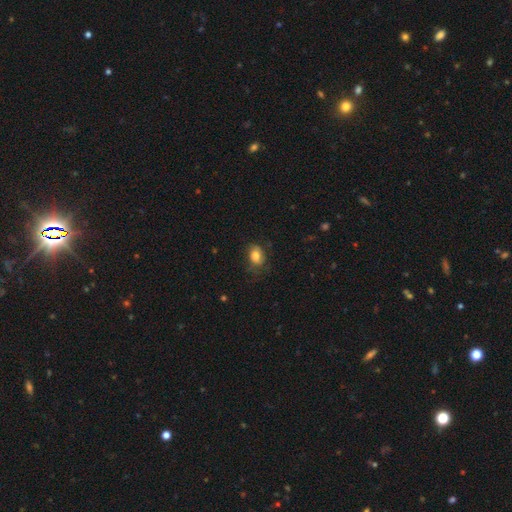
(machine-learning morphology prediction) This is likely a smooth galaxy (79%). How rounded: likely in between (71%). Merging: likely none (65%).